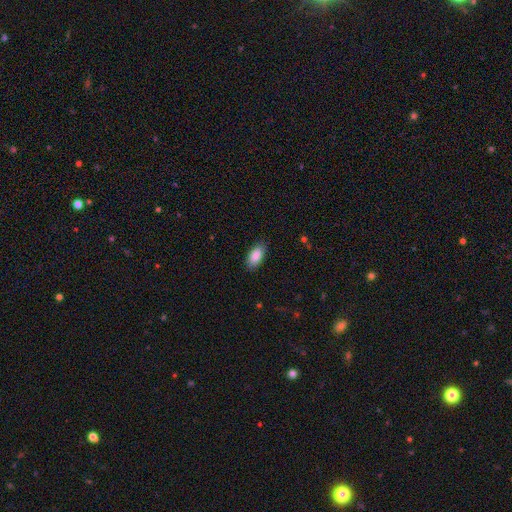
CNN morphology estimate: The model was most divided on "merging": none: 85%, minor disturbance: 11%, major disturbance: 2%, merger: 1%. More confident: how rounded — in between (91%); smooth or featured — smooth (88%).